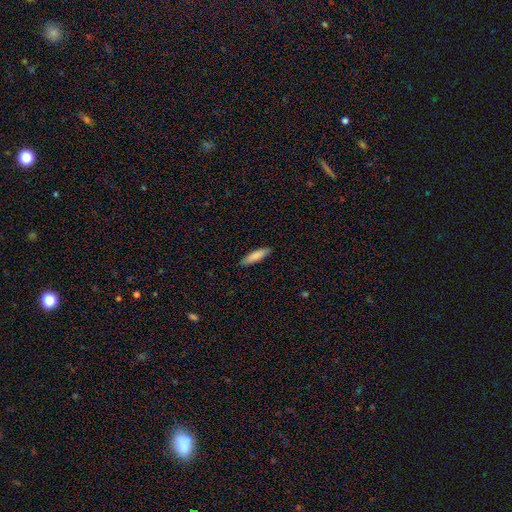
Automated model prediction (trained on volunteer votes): Overall: smooth (84%). How rounded: cigar-shaped (67%; in between 32%). Merging: none (89%).